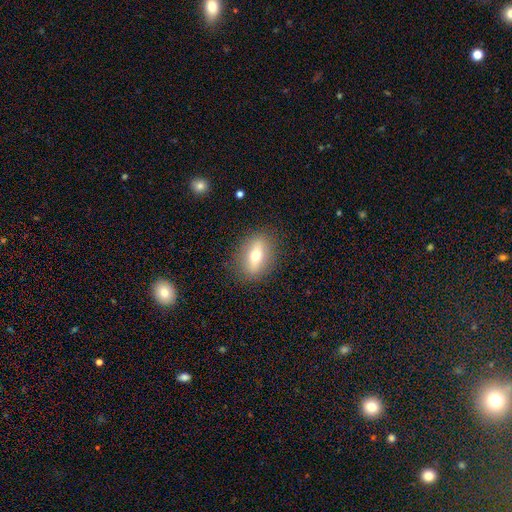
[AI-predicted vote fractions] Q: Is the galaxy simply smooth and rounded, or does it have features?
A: smooth — 51%.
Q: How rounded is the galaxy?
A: in between — 68%.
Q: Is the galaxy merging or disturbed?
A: none — 85%.